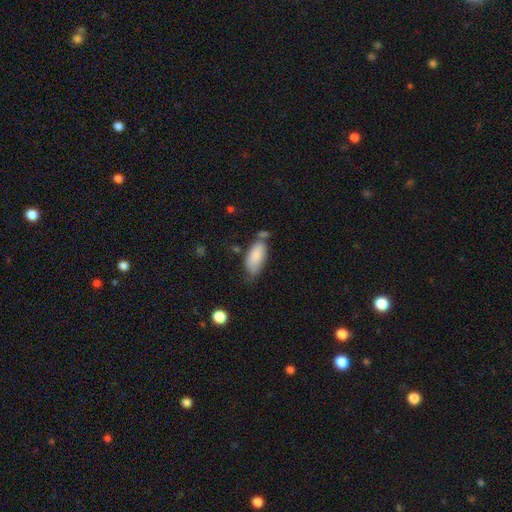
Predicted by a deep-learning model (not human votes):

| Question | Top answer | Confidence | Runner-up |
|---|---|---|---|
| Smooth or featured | smooth | 84% | featured or disk (9%) |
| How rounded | in between | 89% | cigar-shaped (9%) |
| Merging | none | 49% | minor disturbance (29%) |